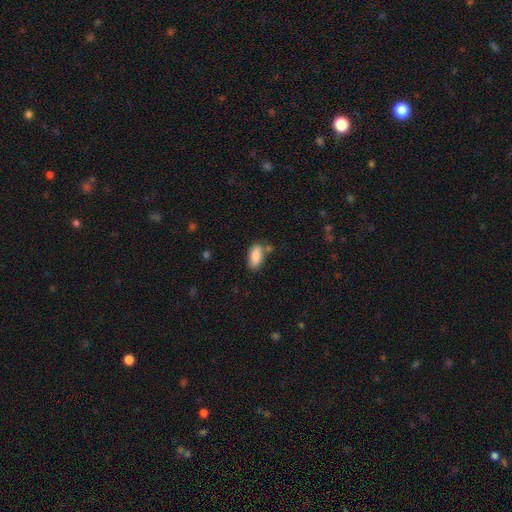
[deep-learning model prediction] This appears to be a smooth galaxy with no disk features (86%) that is in between round and cigar-shaped (88%). Merging: none (67%).